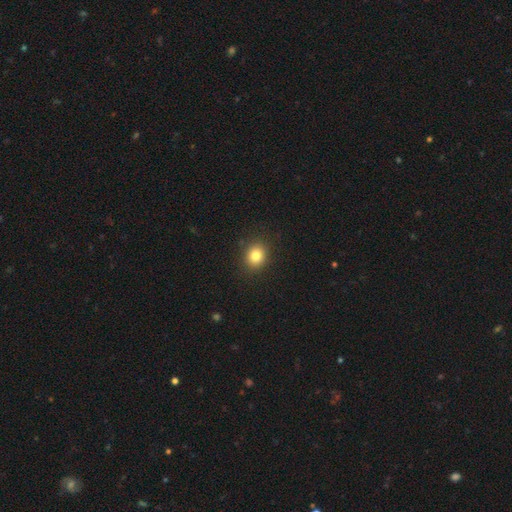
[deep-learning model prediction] The model was most divided on "how rounded": round: 67%, in between: 32%, cigar-shaped: 1%. More confident: merging — none (89%); smooth or featured — smooth (82%).